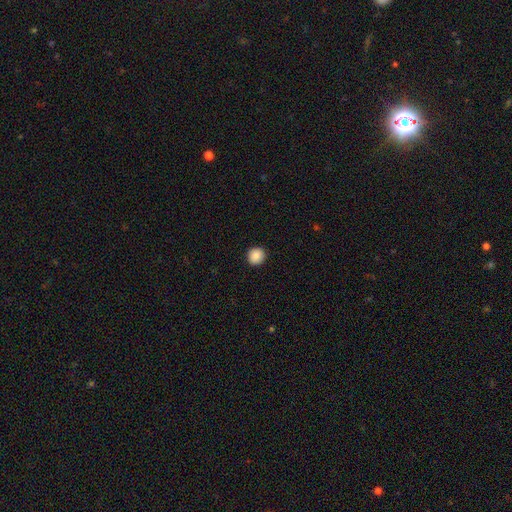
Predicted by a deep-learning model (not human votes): smooth-or-featured: smooth: 87% | star or artifact: 9% | featured or disk: 4%
  how-rounded: round: 92% | in between: 7% | cigar-shaped: 1%
  merging: none: 92% | minor disturbance: 5% | major disturbance: 2% | merger: 1%